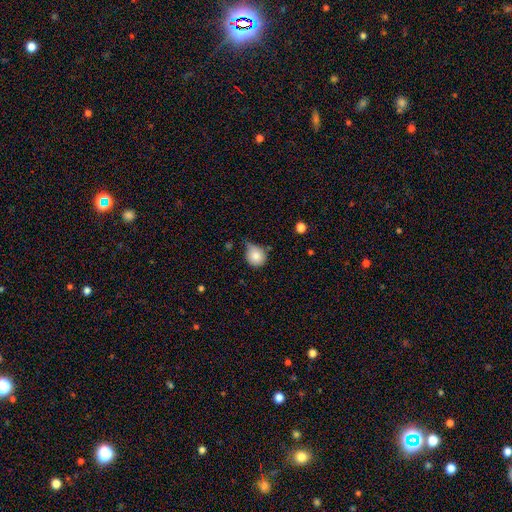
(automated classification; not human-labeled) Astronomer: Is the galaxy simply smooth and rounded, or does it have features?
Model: smooth — 80%.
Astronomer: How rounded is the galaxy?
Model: round — 83%.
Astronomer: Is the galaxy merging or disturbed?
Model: none — 43% (runner-up: minor disturbance, 41%).